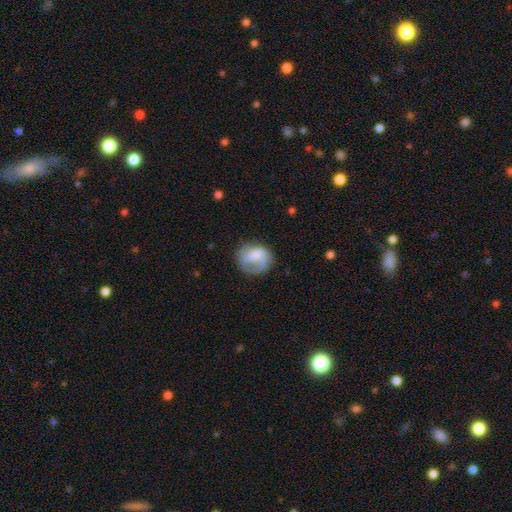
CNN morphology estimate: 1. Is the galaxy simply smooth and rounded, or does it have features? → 54% smooth, 39% featured or disk, 7% star or artifact.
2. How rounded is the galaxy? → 68% round, 32% in between, 1% cigar-shaped.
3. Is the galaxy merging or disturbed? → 50% none, 24% minor disturbance, 24% major disturbance, 2% merger.